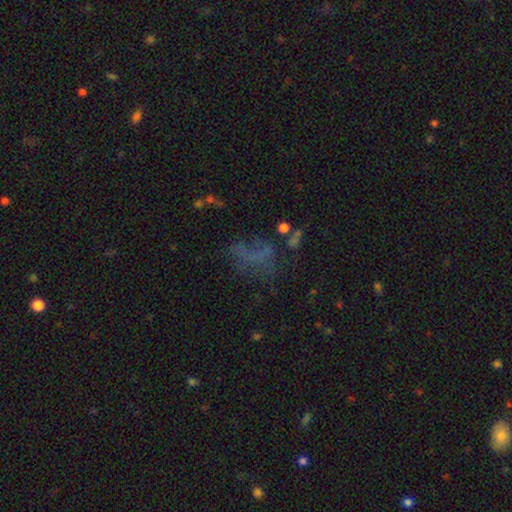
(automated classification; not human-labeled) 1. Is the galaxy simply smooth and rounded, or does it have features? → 34% star or artifact (tied), 34% featured or disk (tied), 31% smooth.